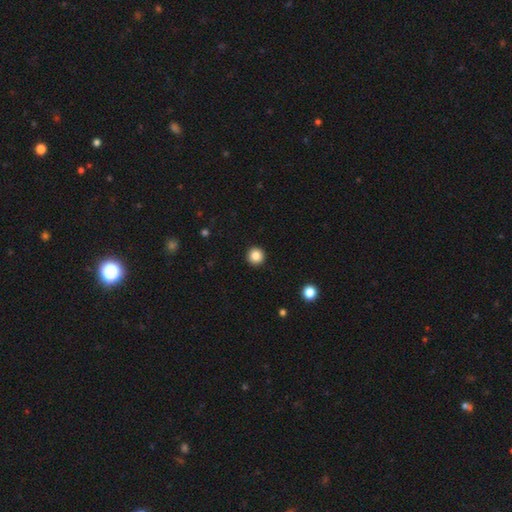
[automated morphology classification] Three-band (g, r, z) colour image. It shows a smooth galaxy with no disk features (85%) that is round (96%). Merging: none (93%).